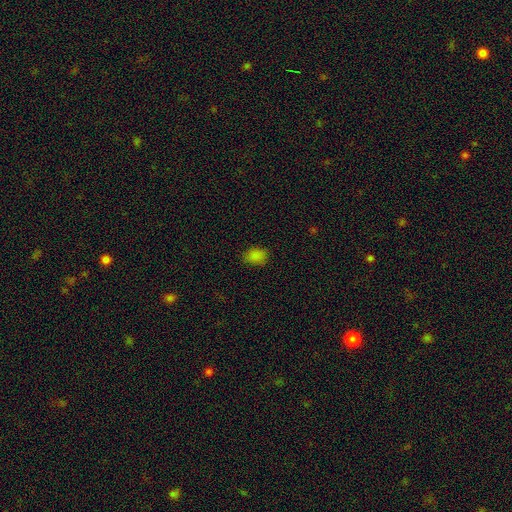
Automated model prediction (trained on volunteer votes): The model was most divided on "how rounded": in between: 67%, round: 32%, cigar-shaped: 1%. More confident: merging — none (82%); smooth or featured — smooth (82%).